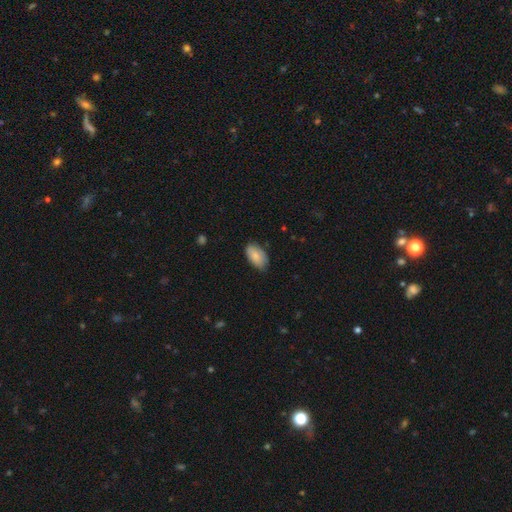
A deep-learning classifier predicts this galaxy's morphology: A smooth galaxy with no disk features (85%) that is in between round and cigar-shaped (94%). Merging: none (74%).